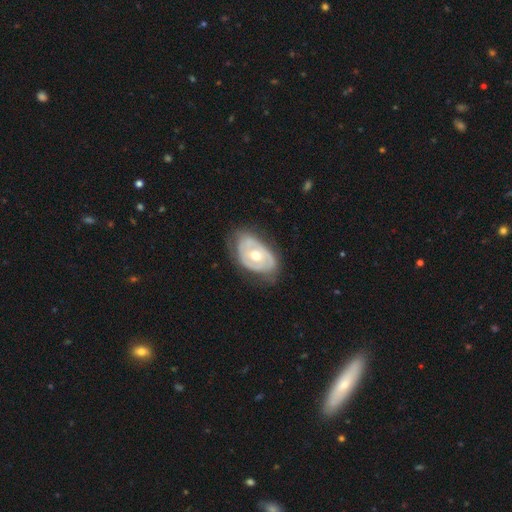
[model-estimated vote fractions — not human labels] The model was most divided on "spiral arms": yes: 54%, no: 46%. More confident: edge-on disk — no (94%); bar — no (78%); bulge size — moderate (72%); smooth or featured — featured or disk (70%); merging — none (58%).